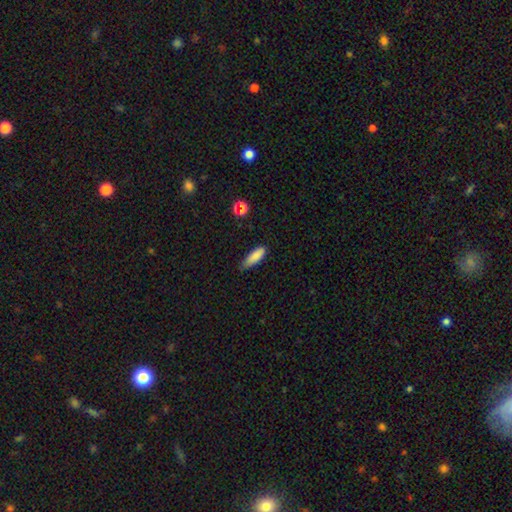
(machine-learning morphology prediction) Smooth or featured? smooth (84%)
How rounded? in between (53%)
Merging? none (59%)